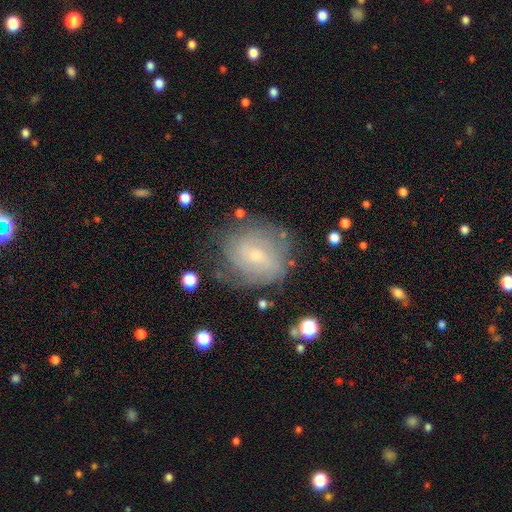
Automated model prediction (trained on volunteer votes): Smooth or featured? featured or disk (65%)
Edge-on disk? no (97%)
Bar? no (55%)
Spiral arms? yes (85%)
Spiral winding? tight (59%)
Spiral arm count? can't tell (51%)
Bulge size? small (70%)
Merging? none (68%)